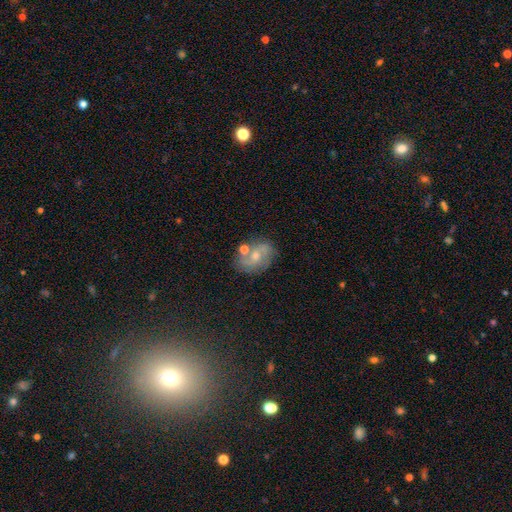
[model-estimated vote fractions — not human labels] A featured or disk galaxy (52%) with no bar (61%), spiral arms (67%) and a moderate central bulge (55%). Merging: none (60%).